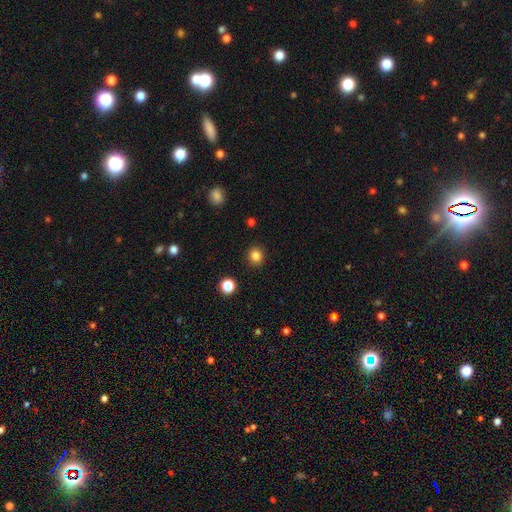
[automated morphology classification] Smooth or featured? Predicted: smooth (p=0.84). How rounded? Predicted: round (p=0.90). Merging? Predicted: none (p=0.91).